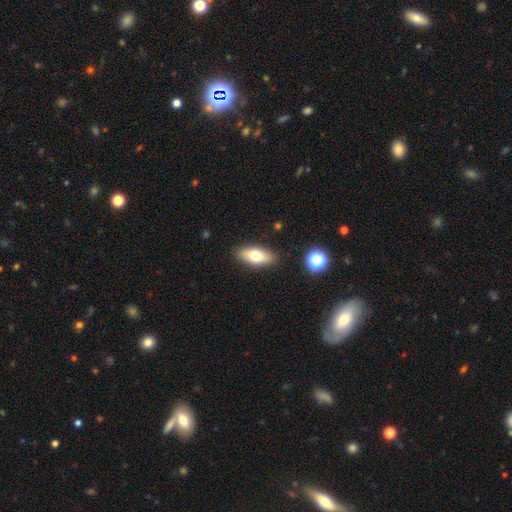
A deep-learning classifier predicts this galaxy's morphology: Overall: smooth (70%). How rounded: in between (78%). Merging: none (88%).